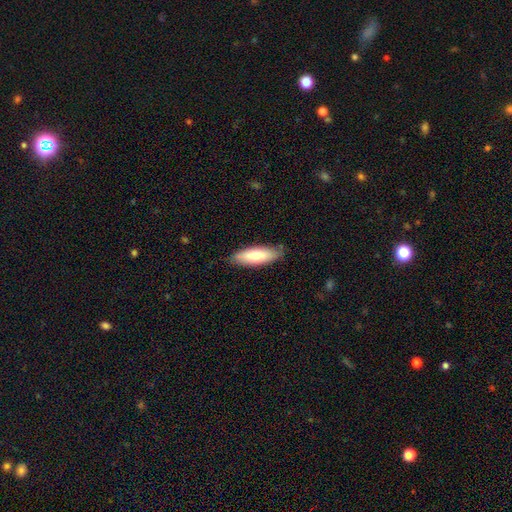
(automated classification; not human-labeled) Overall: smooth (73%). How rounded: in between (58%; cigar-shaped 40%). Merging: none (82%).